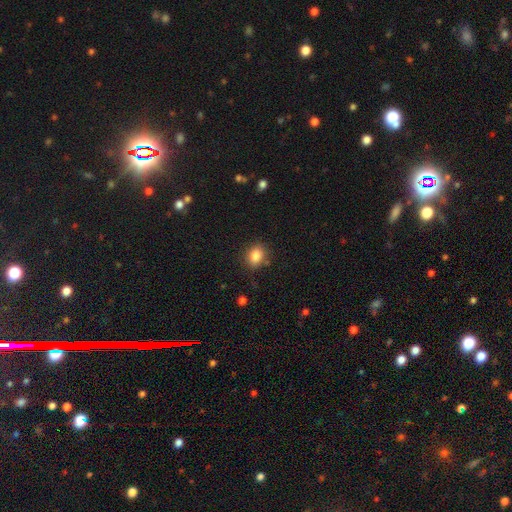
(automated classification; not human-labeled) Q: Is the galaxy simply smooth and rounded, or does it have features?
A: smooth — 85%.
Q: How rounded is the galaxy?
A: in between — 61%.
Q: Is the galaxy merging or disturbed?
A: none — 83%.